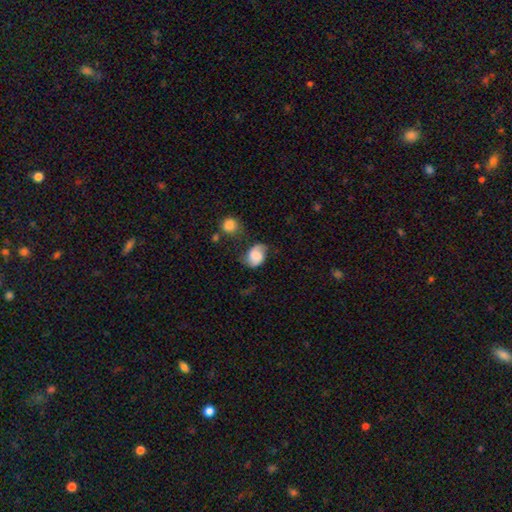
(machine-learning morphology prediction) Overall: smooth (62%; featured or disk 28%). How rounded: in between (63%; round 36%). Merging: none (49%; minor disturbance 31%).